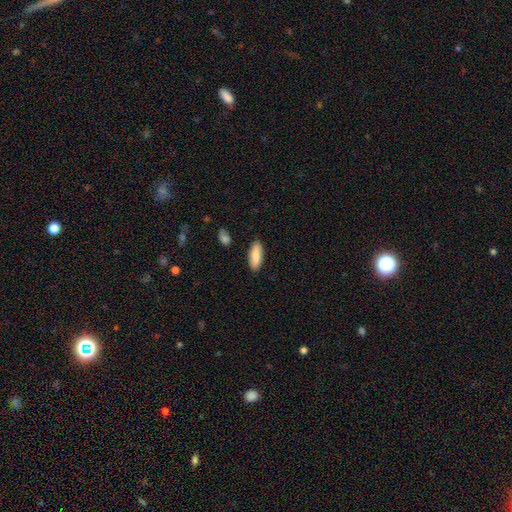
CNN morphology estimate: Overall: smooth (87%). How rounded: in between (66%; cigar-shaped 33%). Merging: none (88%).